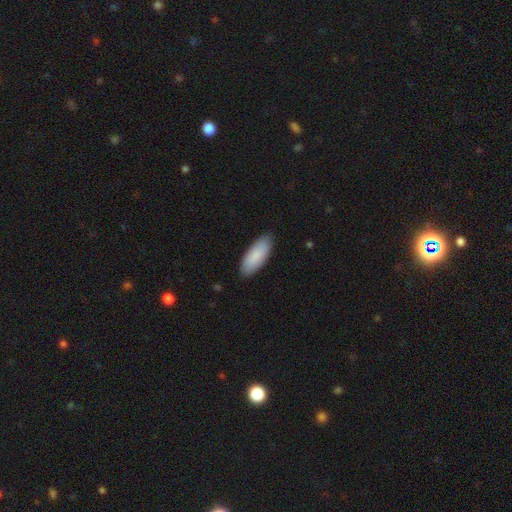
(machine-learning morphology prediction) Q: Smooth or featured?
A: smooth (88%); runner-up: featured or disk (7%)
Q: How rounded?
A: in between (78%); runner-up: cigar-shaped (21%)
Q: Merging?
A: none (87%); runner-up: minor disturbance (10%)